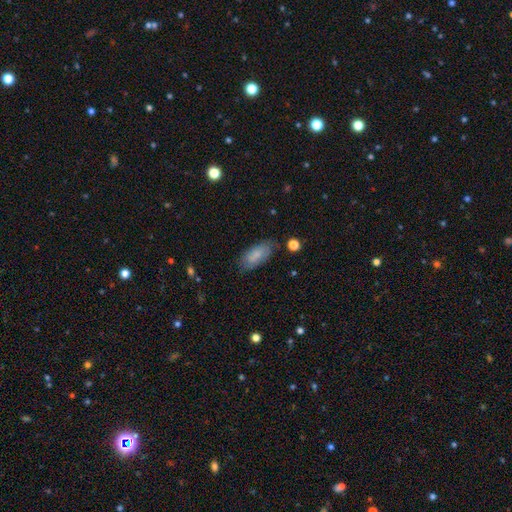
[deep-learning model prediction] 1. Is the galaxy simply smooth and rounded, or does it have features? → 79% smooth, 15% featured or disk, 7% star or artifact.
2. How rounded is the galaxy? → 86% in between, 11% cigar-shaped, 2% round.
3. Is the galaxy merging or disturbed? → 77% none, 17% minor disturbance, 4% major disturbance, 2% merger.